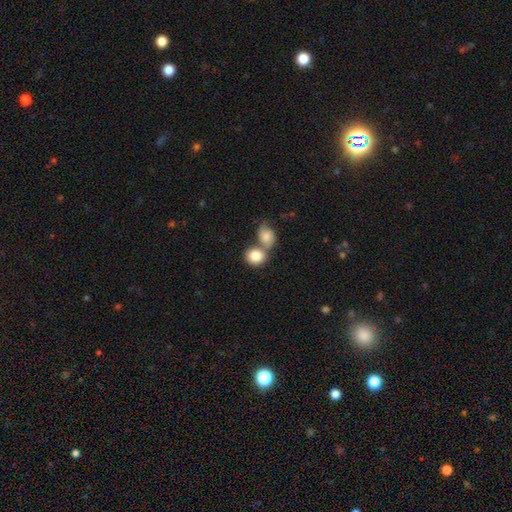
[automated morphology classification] Smooth or featured? Predicted: smooth (p=0.83). How rounded? Predicted: round (p=0.67). Merging? Predicted: merger (p=0.57).